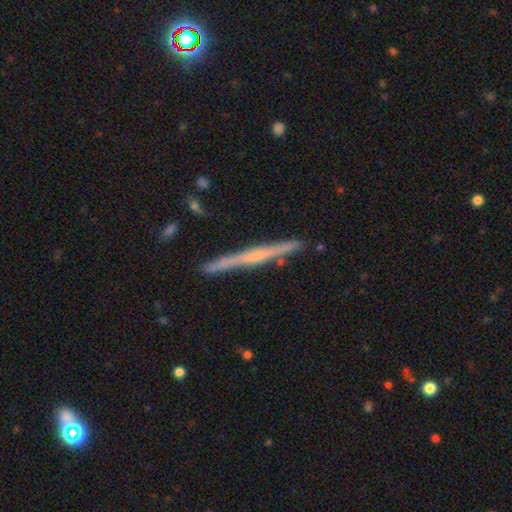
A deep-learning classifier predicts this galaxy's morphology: This is likely a featured or disk galaxy (74%). It is clearly viewed edge-on (98%). Edge-on bulge: possibly rounded (51%). Merging: clearly none (91%).